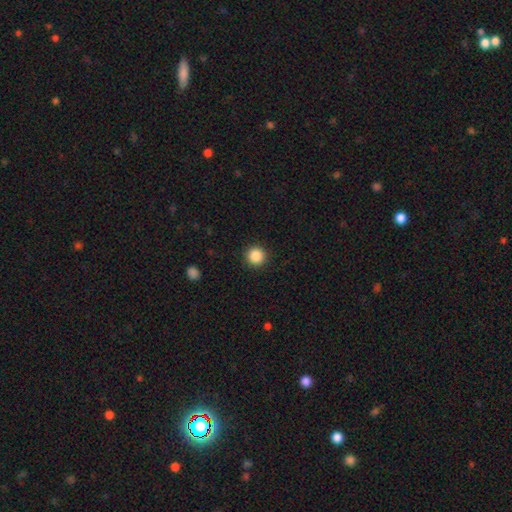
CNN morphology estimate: Smooth or featured? smooth (87%)
How rounded? round (95%)
Merging? none (92%)